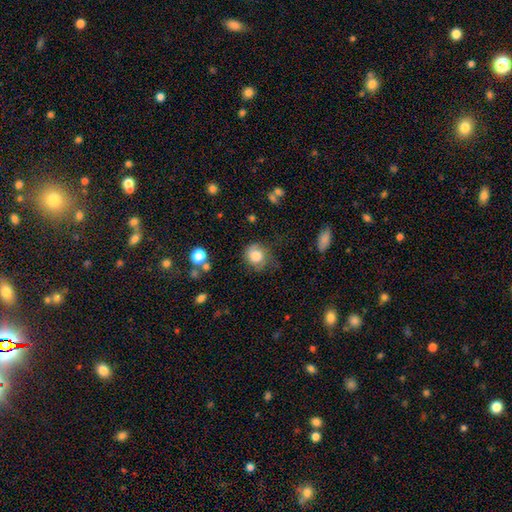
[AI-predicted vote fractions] This is likely a smooth galaxy (79%). How rounded: likely round (79%). Merging: possibly none (57%).